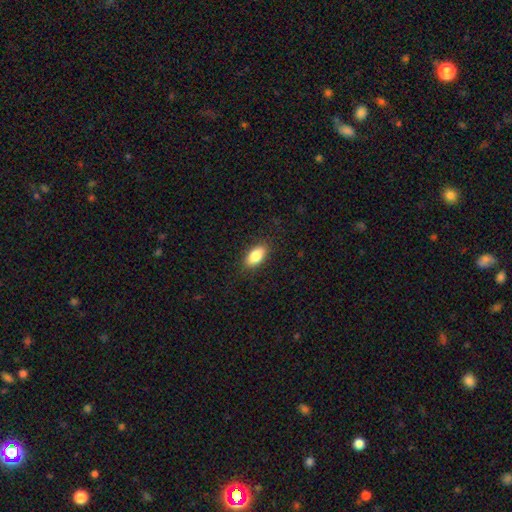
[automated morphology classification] smooth-or-featured: smooth: 86% | featured or disk: 7% | star or artifact: 7%
  how-rounded: in between: 90% | cigar-shaped: 7% | round: 3%
  merging: none: 87% | minor disturbance: 9% | major disturbance: 2% | merger: 1%